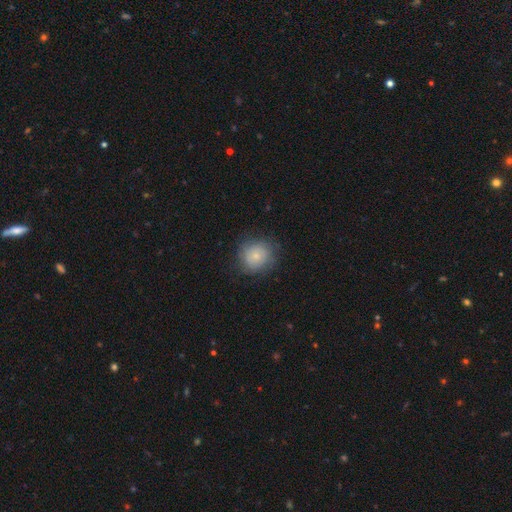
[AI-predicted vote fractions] A smooth galaxy with no disk features (70%) that is round (88%). Merging: none (76%).